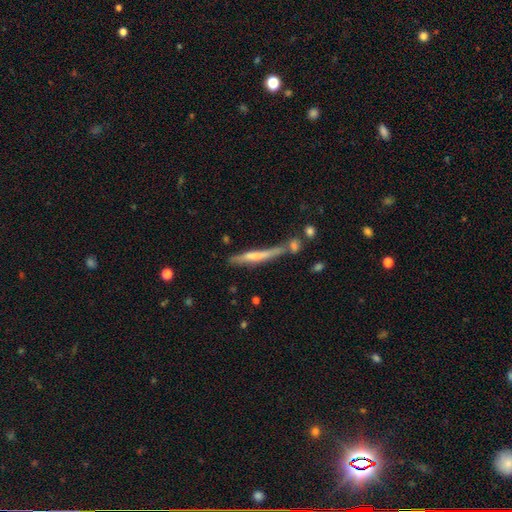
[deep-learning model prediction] The model was most divided on "smooth or featured": smooth: 50%, featured or disk: 43%, star or artifact: 7%. More confident: merging — none (50%).